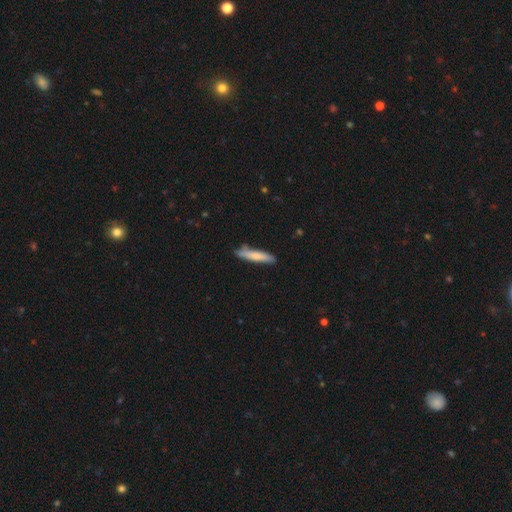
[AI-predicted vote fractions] A smooth galaxy with no disk features (71%) that is cigar-shaped (89%).

Vote fractions:
- Smooth or featured? smooth: 71% / featured or disk: 23% / star or artifact: 5%
- How rounded? cigar-shaped: 89% / in between: 10% / round: 1%
- Merging? none: 79% / minor disturbance: 16% / merger: 3% / major disturbance: 3%